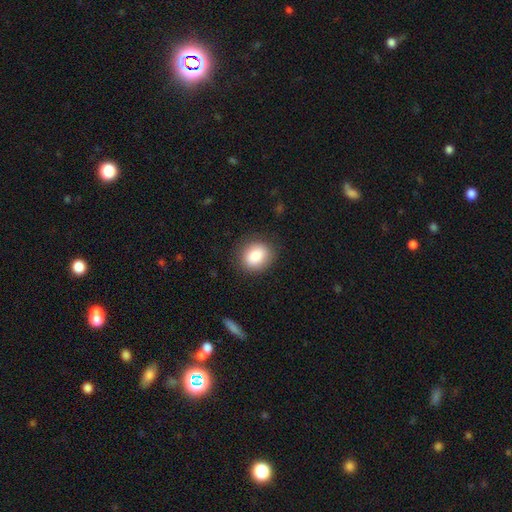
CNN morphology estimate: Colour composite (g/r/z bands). It shows a smooth galaxy with no disk features (84%) that is round (68%). Merging: none (86%).